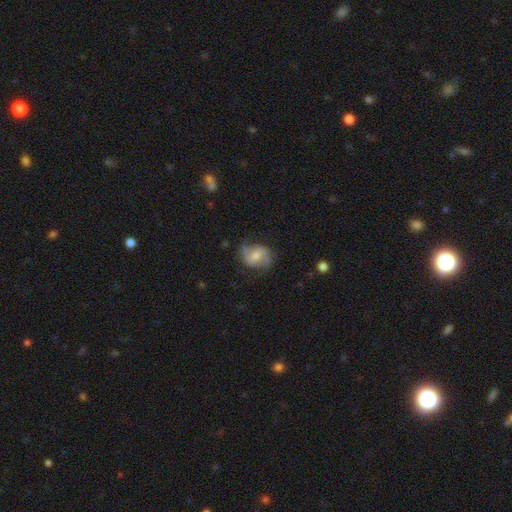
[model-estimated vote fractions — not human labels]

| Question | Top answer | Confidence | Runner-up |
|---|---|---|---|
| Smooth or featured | featured or disk | 51% | smooth (42%) |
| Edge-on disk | no | 96% | yes (4%) |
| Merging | none | 62% | minor disturbance (25%) |